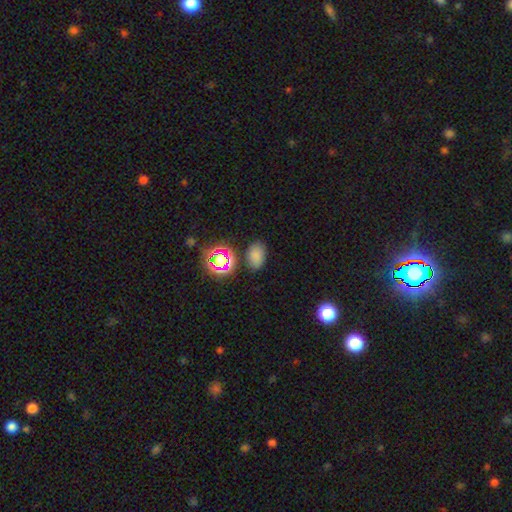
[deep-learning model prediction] The model was most divided on "smooth or featured": smooth: 72%, star or artifact: 22%, featured or disk: 7%. More confident: how rounded — in between (86%); merging — none (80%).